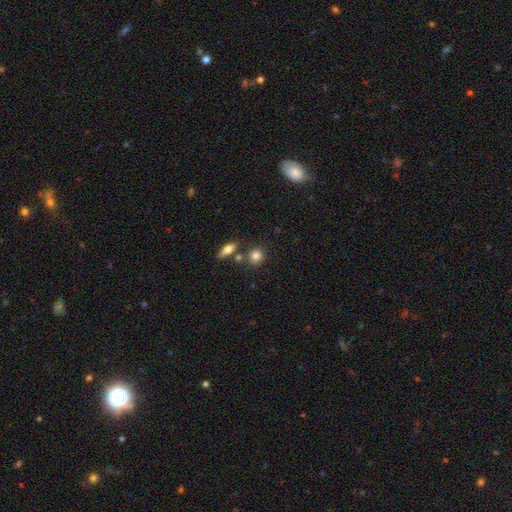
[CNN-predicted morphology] A smooth galaxy with no disk features (81%) that is round (76%).

Vote fractions:
- Smooth or featured? smooth: 81% / star or artifact: 9% / featured or disk: 9%
- How rounded? round: 76% / in between: 22% / cigar-shaped: 2%
- Merging? none: 71% / merger: 15% / minor disturbance: 10% / major disturbance: 3%